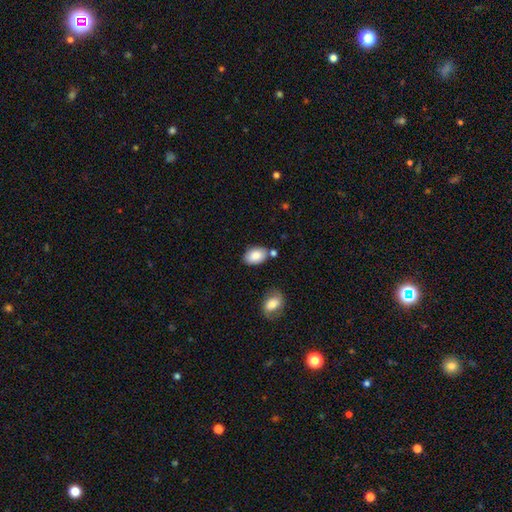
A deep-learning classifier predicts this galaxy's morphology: Q: Smooth or featured?
A: smooth (86%); runner-up: star or artifact (7%)
Q: How rounded?
A: in between (87%); runner-up: round (12%)
Q: Merging?
A: none (73%); runner-up: minor disturbance (15%)